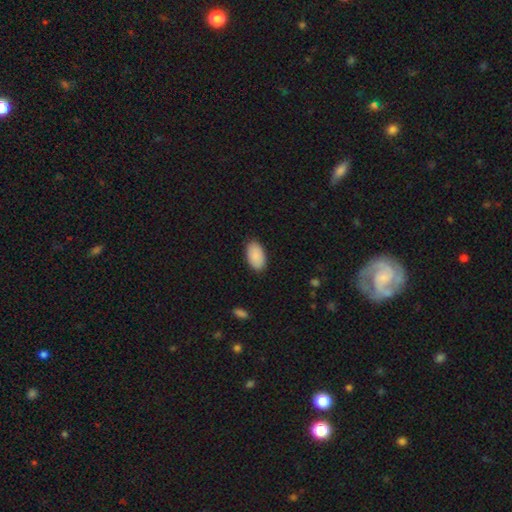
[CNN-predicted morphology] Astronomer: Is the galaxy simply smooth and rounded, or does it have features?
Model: smooth — 90%.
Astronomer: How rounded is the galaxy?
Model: in between — 95%.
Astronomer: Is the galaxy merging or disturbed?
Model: none — 88%.